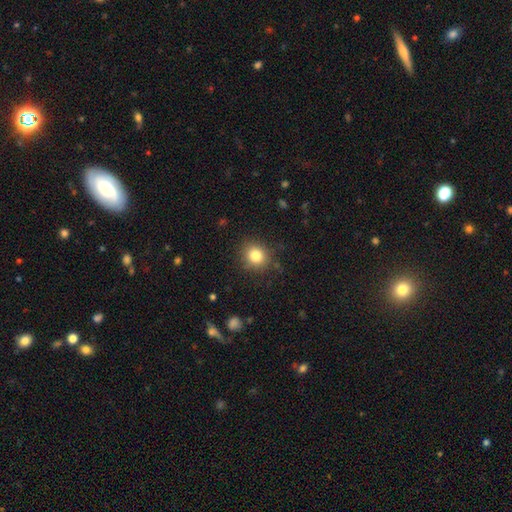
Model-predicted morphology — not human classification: Smooth or featured? Predicted: smooth (p=0.82). How rounded? Predicted: round (p=0.83). Merging? Predicted: none (p=0.87).